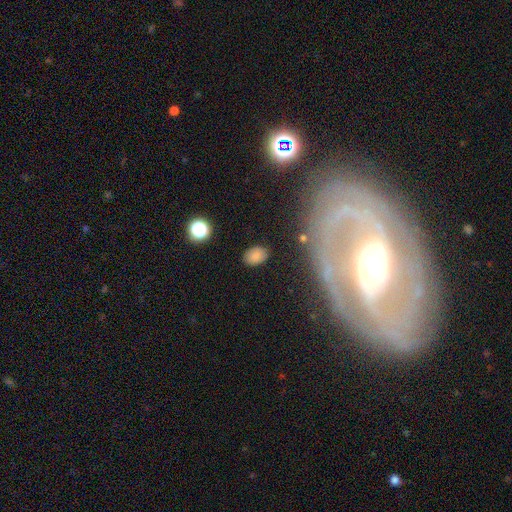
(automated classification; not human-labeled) The model was most divided on "how rounded": in between: 83%, round: 16%, cigar-shaped: 1%. More confident: merging — none (84%); smooth or featured — smooth (82%).